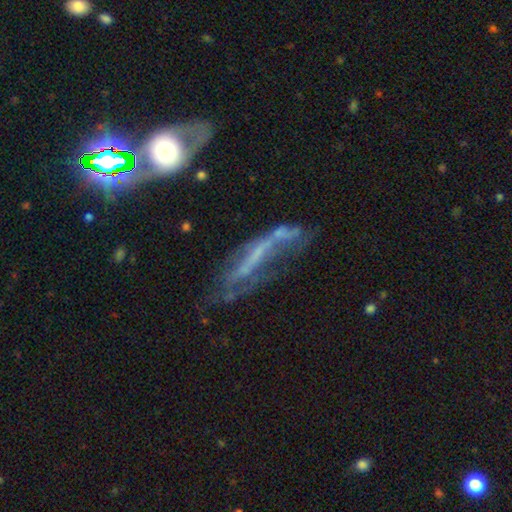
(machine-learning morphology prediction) featured or disk 62%, smooth 23%, star or artifact 15%. Down the decision tree: edge-on disk — no (65%); merging — major disturbance (33%, tied with none).